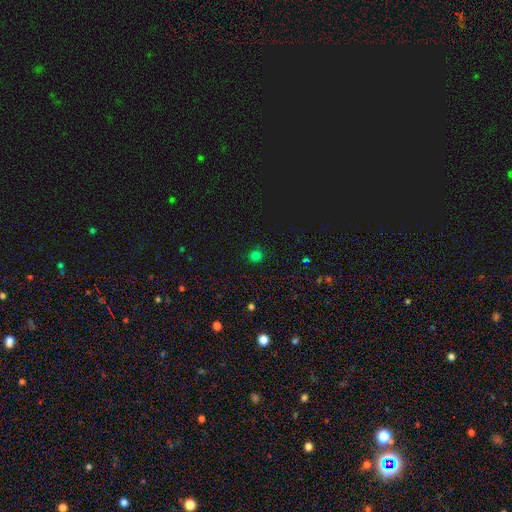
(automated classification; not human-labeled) A smooth galaxy with no disk features (75%) that is round (92%).

Vote fractions:
- Smooth or featured? smooth: 75% / star or artifact: 21% / featured or disk: 4%
- How rounded? round: 92% / in between: 7% / cigar-shaped: 1%
- Merging? none: 89% / minor disturbance: 7% / major disturbance: 2% / merger: 1%